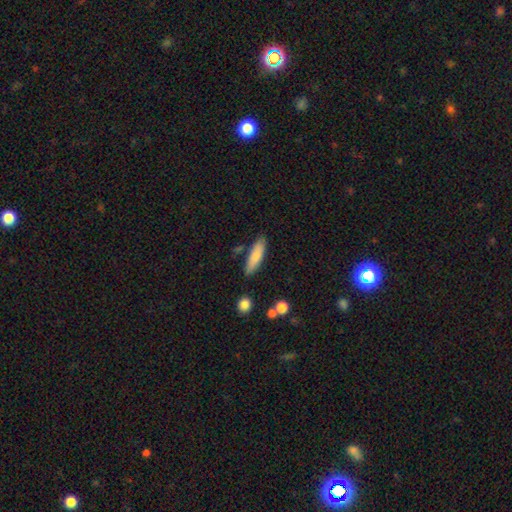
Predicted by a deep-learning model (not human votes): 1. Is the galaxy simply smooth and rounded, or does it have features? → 79% smooth, 14% featured or disk, 6% star or artifact.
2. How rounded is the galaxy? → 63% cigar-shaped, 36% in between, 2% round.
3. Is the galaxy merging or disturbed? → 80% none, 13% minor disturbance, 4% merger, 3% major disturbance.